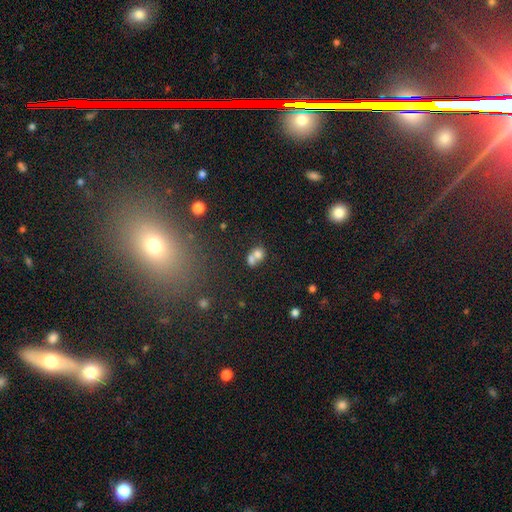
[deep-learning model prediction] Smooth or featured? Predicted: smooth (p=0.70). How rounded? Predicted: round (p=0.59). Merging? Predicted: merger (p=0.63).